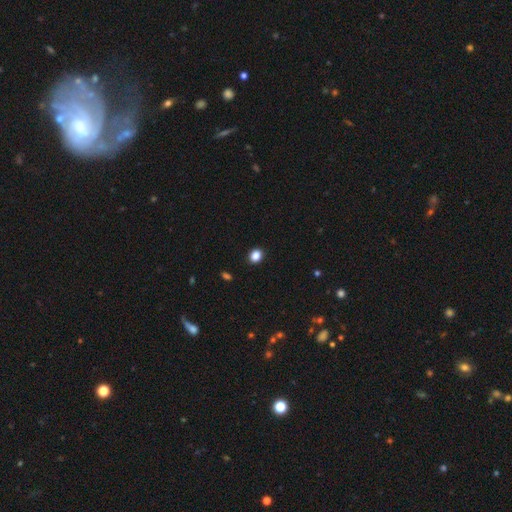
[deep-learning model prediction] Overall: smooth (86%). How rounded: round (56%; in between 43%). Merging: none (91%).